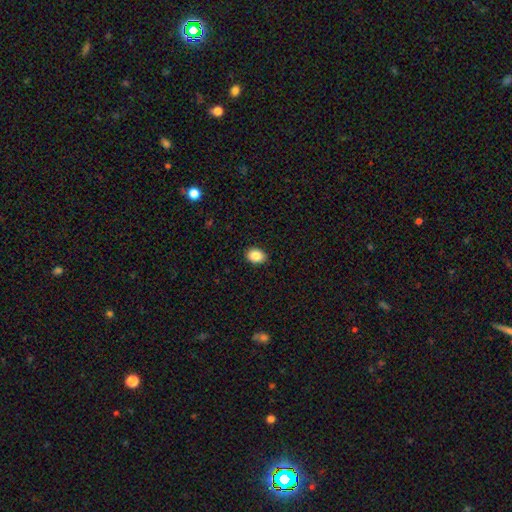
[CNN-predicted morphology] smooth_or_featured: smooth (p=0.85) [alt: star or artifact p=0.09]
how_rounded: in between (p=0.70) [alt: round p=0.29]
merging: none (p=0.89) [alt: minor disturbance p=0.08]